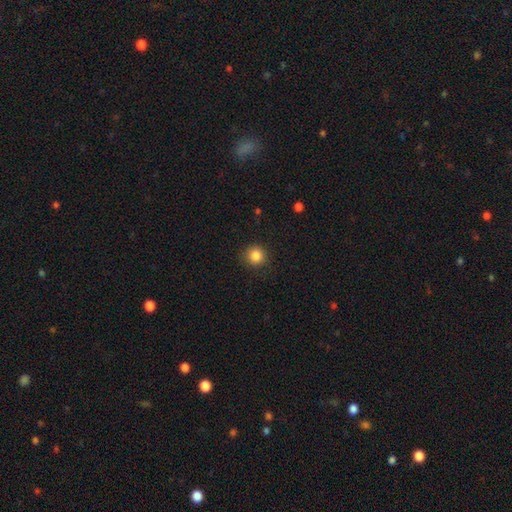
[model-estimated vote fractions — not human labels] smooth_or_featured: smooth (p=0.85) [alt: star or artifact p=0.11]
how_rounded: round (p=0.93) [alt: in between p=0.06]
merging: none (p=0.89) [alt: minor disturbance p=0.08]